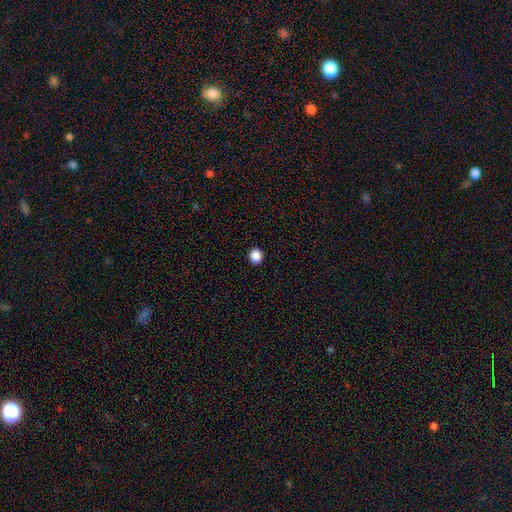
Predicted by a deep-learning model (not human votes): The model was most divided on "smooth or featured": smooth: 88%, star or artifact: 10%, featured or disk: 2%. More confident: merging — none (93%); how rounded — round (89%).